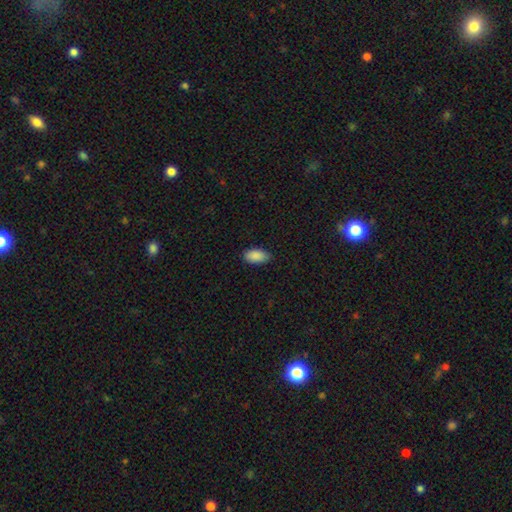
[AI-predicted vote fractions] smooth_or_featured: smooth (p=0.90) [alt: star or artifact p=0.07]
how_rounded: in between (p=0.94) [alt: round p=0.03]
merging: none (p=0.83) [alt: minor disturbance p=0.14]